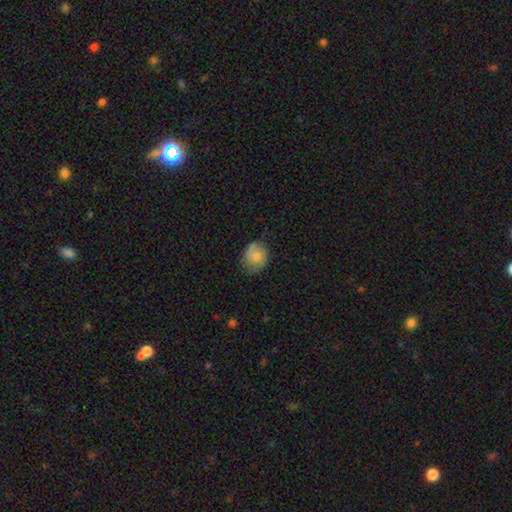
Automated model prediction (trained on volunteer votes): Smooth or featured? Predicted: smooth (p=0.68). How rounded? Predicted: round (p=0.67). Merging? Predicted: none (p=0.60).